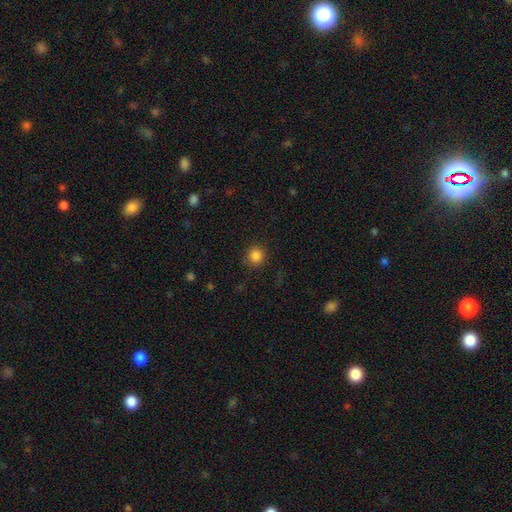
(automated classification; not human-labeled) smooth-or-featured: smooth: 85% | star or artifact: 11% | featured or disk: 4%
  how-rounded: round: 93% | in between: 6% | cigar-shaped: 1%
  merging: none: 89% | minor disturbance: 7% | major disturbance: 3% | merger: 1%